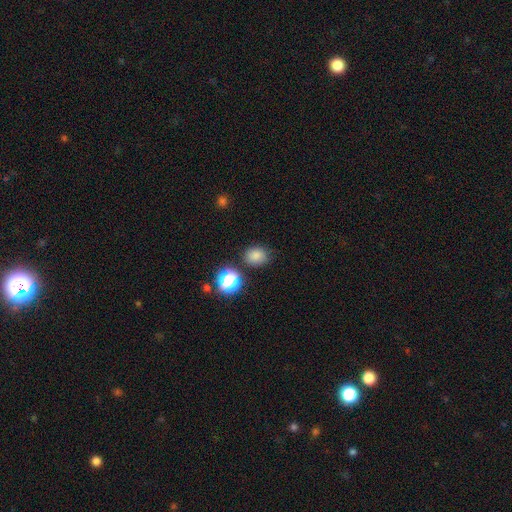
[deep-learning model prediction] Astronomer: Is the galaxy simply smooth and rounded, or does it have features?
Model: smooth — 77%.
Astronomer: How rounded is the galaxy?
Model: round — 58% (runner-up: in between, 41%).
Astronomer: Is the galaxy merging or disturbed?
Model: none — 78%.